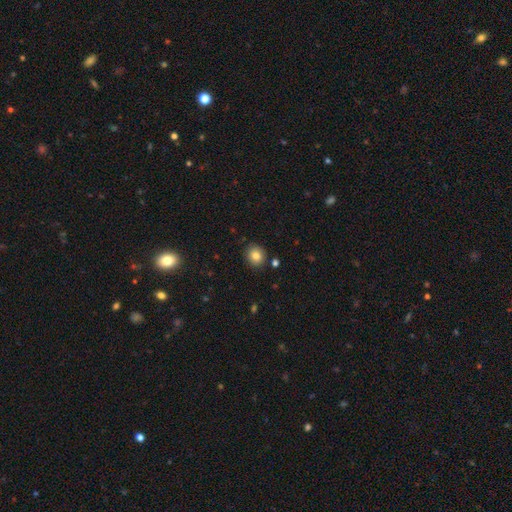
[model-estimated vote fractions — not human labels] Q: Smooth or featured?
A: smooth (83%); runner-up: star or artifact (10%)
Q: How rounded?
A: round (78%); runner-up: in between (21%)
Q: Merging?
A: none (87%); runner-up: minor disturbance (8%)